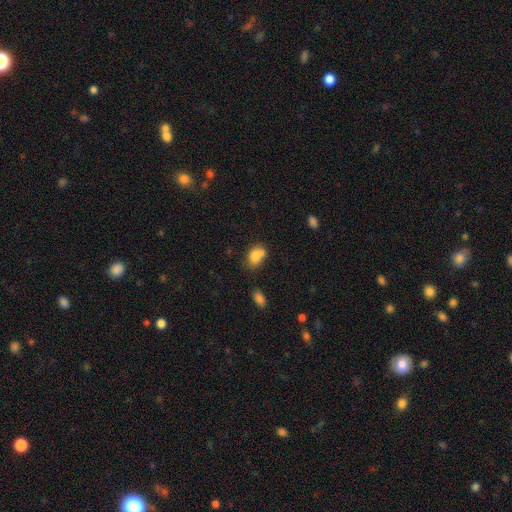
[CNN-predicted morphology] Smooth or featured: smooth — 79% (featured or disk — 12%)
How rounded: in between — 68% (round — 30%)
Merging: none — 45% (merger — 30%)